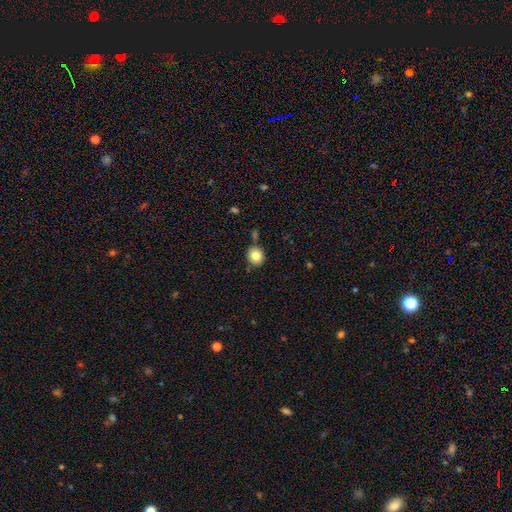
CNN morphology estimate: smooth-or-featured: smooth: 80% | star or artifact: 10% | featured or disk: 9%
  how-rounded: round: 87% | in between: 12% | cigar-shaped: 1%
  merging: none: 78% | minor disturbance: 12% | merger: 7% | major disturbance: 3%